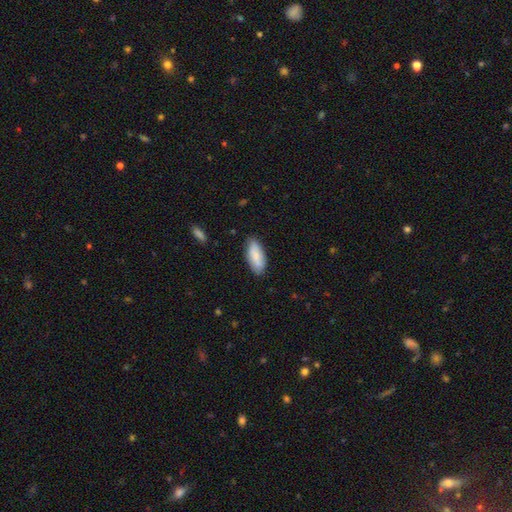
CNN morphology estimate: This is clearly a smooth galaxy (84%). How rounded: clearly in between (83%). Merging: likely none (80%).